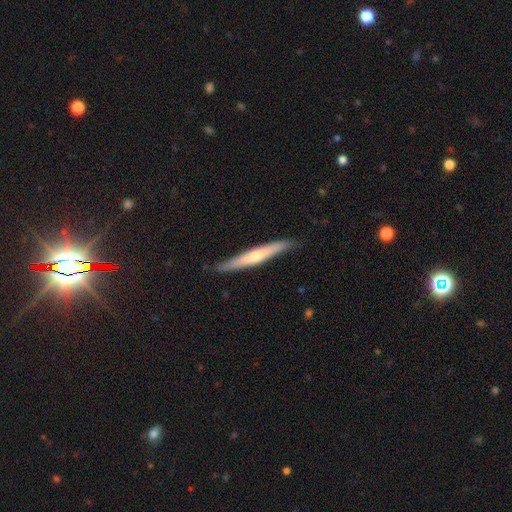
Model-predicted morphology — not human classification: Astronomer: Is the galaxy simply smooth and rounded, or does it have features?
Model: featured or disk — 49% (runner-up: smooth, 45%).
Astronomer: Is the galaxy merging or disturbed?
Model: none — 87%.